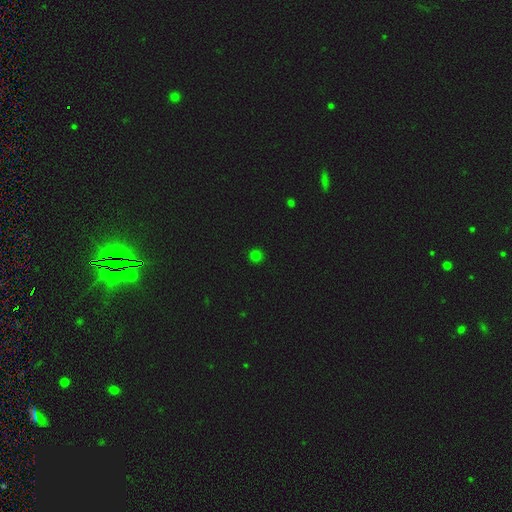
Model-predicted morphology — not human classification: Smooth or featured?
  - smooth: 79% *
  - star or artifact: 18%
  - featured or disk: 3%
How rounded?
  - round: 95% *
  - in between: 4%
  - cigar-shaped: 1%
Merging?
  - none: 93% *
  - minor disturbance: 5%
  - major disturbance: 2%
  - merger: 1%